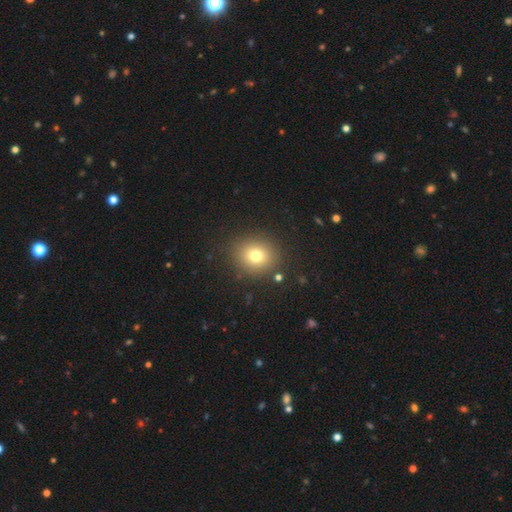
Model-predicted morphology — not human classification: smooth_or_featured: smooth (p=0.74) [alt: star or artifact p=0.15]
how_rounded: round (p=0.80) [alt: in between p=0.19]
merging: none (p=0.87) [alt: minor disturbance p=0.07]